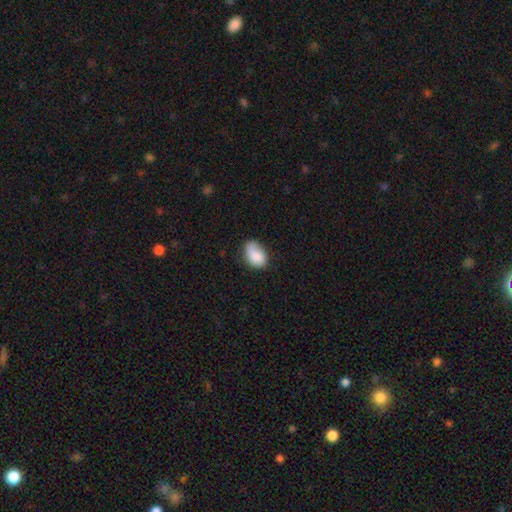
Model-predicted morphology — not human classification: This appears to be a smooth galaxy with no disk features (84%) that is in between round and cigar-shaped (86%). Merging: none (55%).